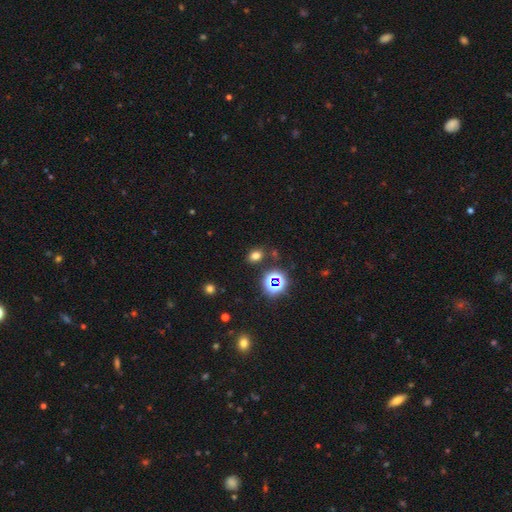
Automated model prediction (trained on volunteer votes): Overall: smooth (67%). How rounded: in between (62%; round 36%). Merging: none (82%).